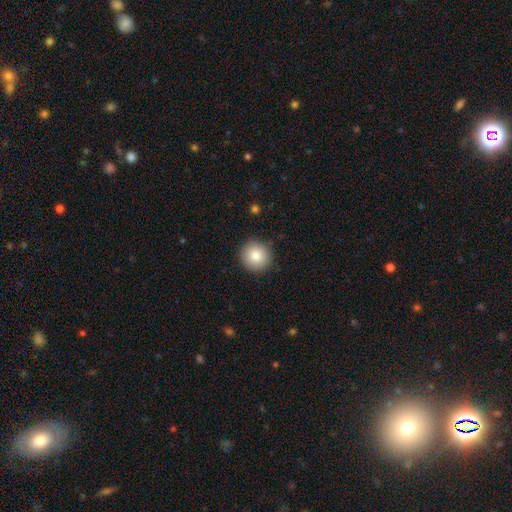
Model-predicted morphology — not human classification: Overall: smooth (83%). How rounded: round (94%). Merging: none (90%).